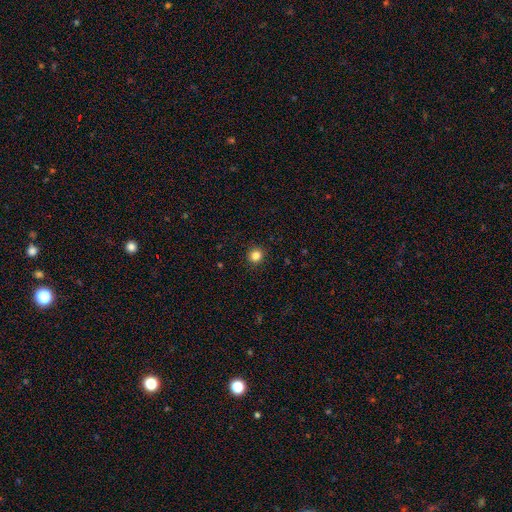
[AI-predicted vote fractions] This is clearly a smooth galaxy (84%). How rounded: clearly round (92%). Merging: clearly none (92%).